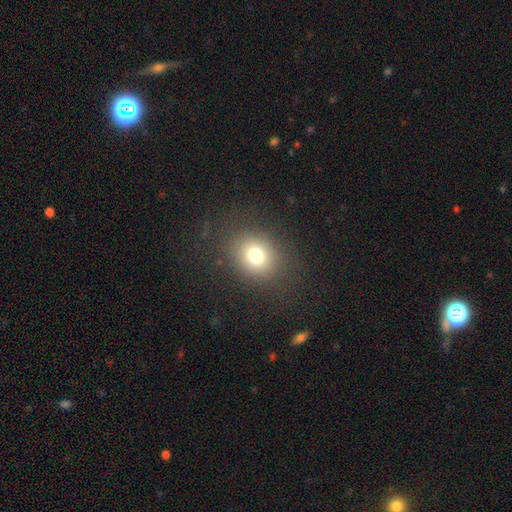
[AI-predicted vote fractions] Q: Smooth or featured?
A: smooth (75%); runner-up: star or artifact (15%)
Q: How rounded?
A: round (70%); runner-up: in between (30%)
Q: Merging?
A: none (84%); runner-up: minor disturbance (9%)